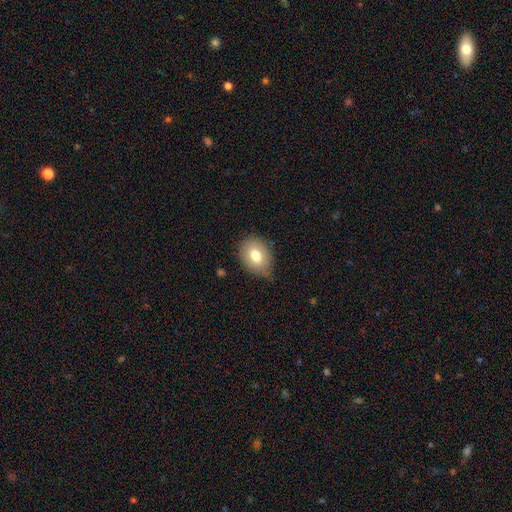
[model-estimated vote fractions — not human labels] smooth-or-featured: smooth: 75% | featured or disk: 17% | star or artifact: 8%
  how-rounded: in between: 72% | round: 27% | cigar-shaped: 1%
  merging: none: 68% | minor disturbance: 25% | major disturbance: 5% | merger: 2%